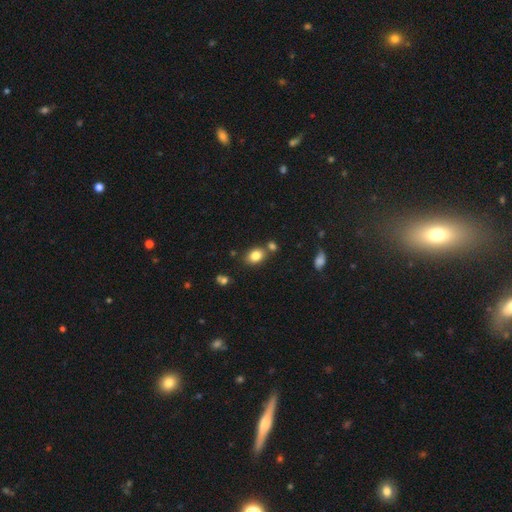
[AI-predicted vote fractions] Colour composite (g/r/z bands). It shows a smooth galaxy with no disk features (83%) that is in between round and cigar-shaped (69%). Merging: none (69%).